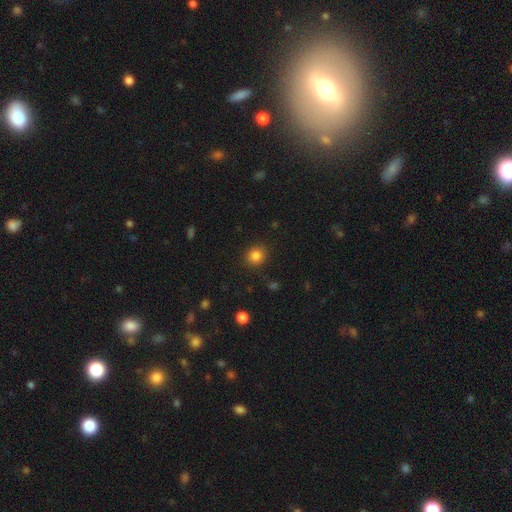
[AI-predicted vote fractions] Smooth or featured? Predicted: smooth (p=0.84). How rounded? Predicted: round (p=0.86). Merging? Predicted: none (p=0.89).